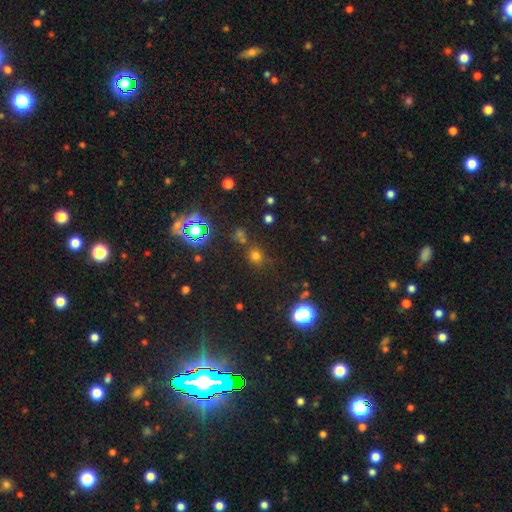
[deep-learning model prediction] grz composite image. It shows a smooth galaxy with no disk features (61%) that is round (83%). Merging: none (73%).